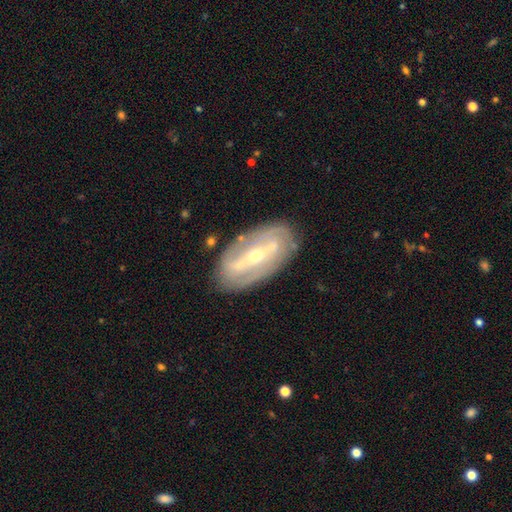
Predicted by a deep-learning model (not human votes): Smooth or featured: featured or disk — 82% (smooth — 13%)
Edge-on disk: no — 88% (yes — 12%)
Bar: strong — 67% (weak — 21%)
Spiral arms: yes — 73% (no — 27%)
Spiral winding: tight — 44% (medium — 35%)
Spiral arm count: 2 — 70% (can't tell — 20%)
Bulge size: small — 52% (moderate — 45%)
Merging: none — 80% (minor disturbance — 14%)